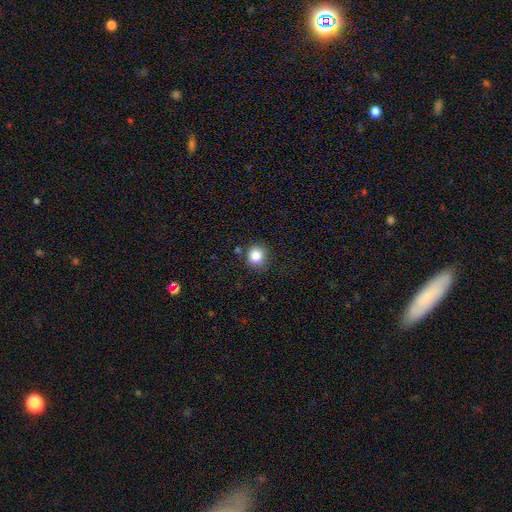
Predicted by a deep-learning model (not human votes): A smooth galaxy with no disk features (84%) that is round (88%). Merging: none (83%).